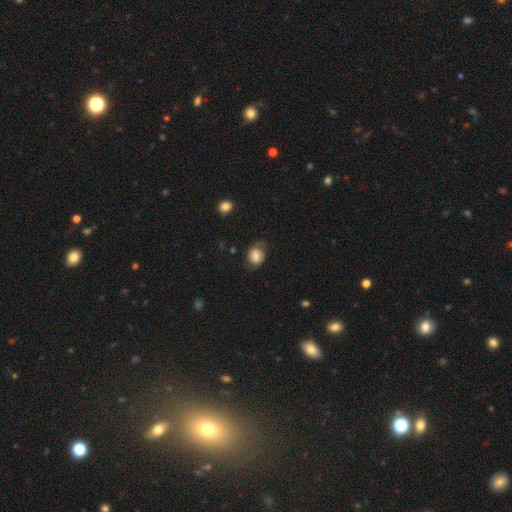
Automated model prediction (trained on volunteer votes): smooth_or_featured: smooth (p=0.74) [alt: featured or disk p=0.18]
how_rounded: round (p=0.50) [alt: in between p=0.49]
merging: none (p=0.56) [alt: minor disturbance p=0.29]